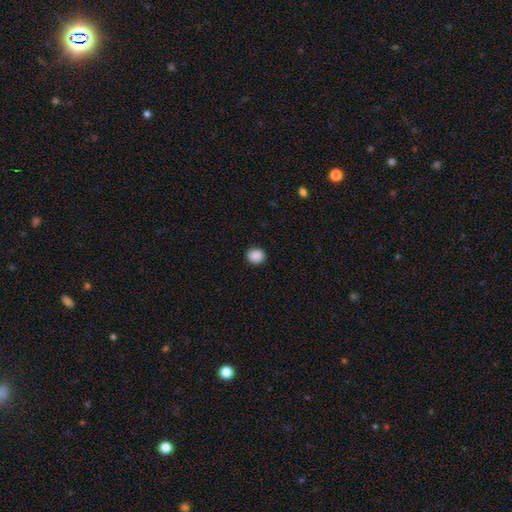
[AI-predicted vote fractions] Smooth or featured? Predicted: smooth (p=0.89). How rounded? Predicted: round (p=0.82). Merging? Predicted: none (p=0.91).